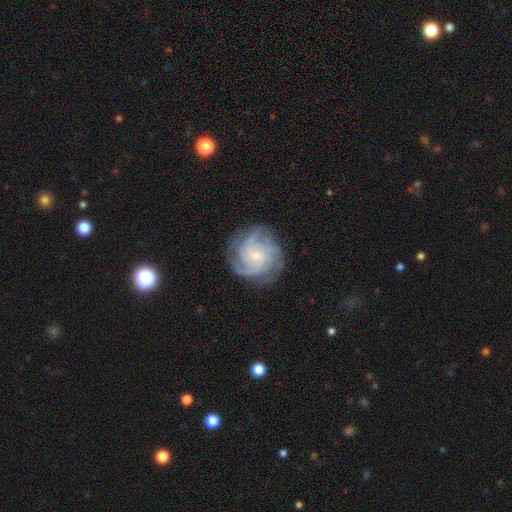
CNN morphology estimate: A featured or disk galaxy (87%) with no bar (68%), 4 (29%) tight (61%) spiral arms (97%) and a small central bulge (71%). Merging: none (78%).